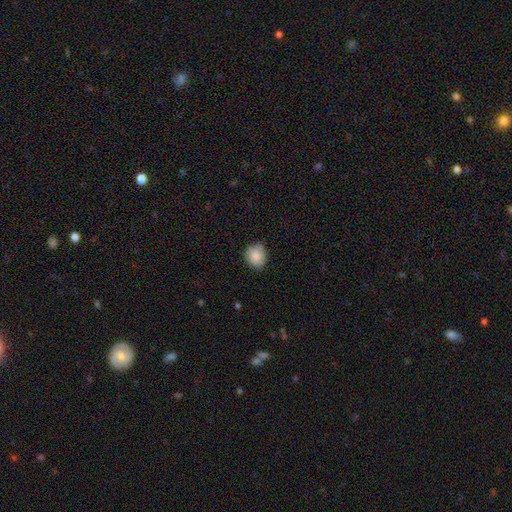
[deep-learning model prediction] Morphology: type=smooth (86%); roundness=round (76%); merging=none (78%).